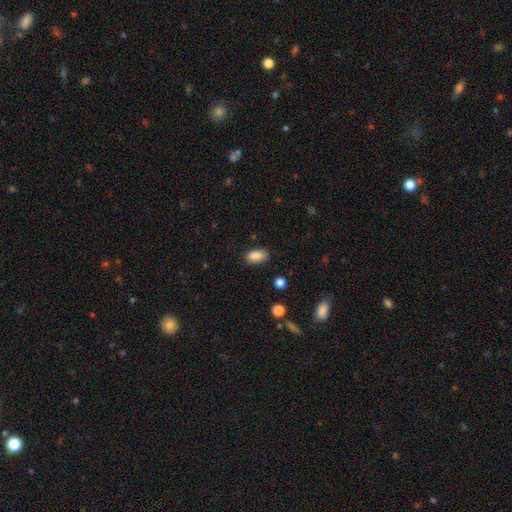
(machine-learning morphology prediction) Q: Smooth or featured?
A: smooth (88%); runner-up: star or artifact (8%)
Q: How rounded?
A: in between (92%); runner-up: round (5%)
Q: Merging?
A: none (82%); runner-up: minor disturbance (14%)